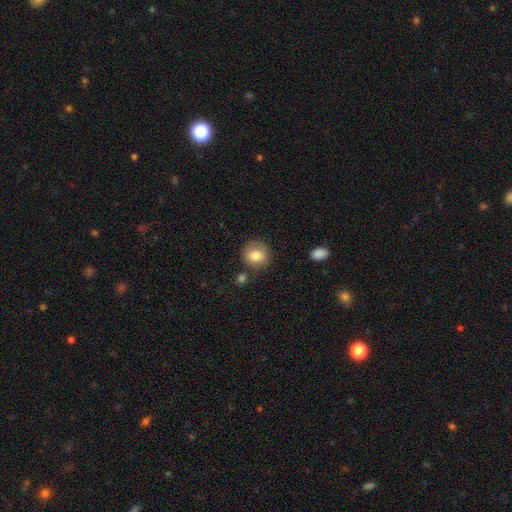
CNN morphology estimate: Smooth or featured: smooth — 81% (featured or disk — 10%)
How rounded: round — 80% (in between — 19%)
Merging: none — 76% (minor disturbance — 14%)